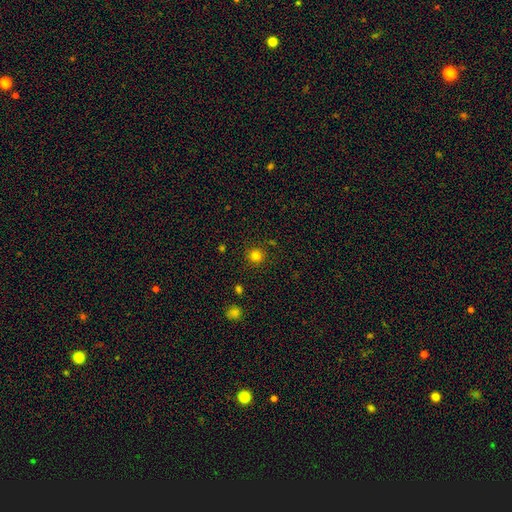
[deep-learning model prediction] Morphology: type=smooth (80%); roundness=round (94%); merging=none (88%).